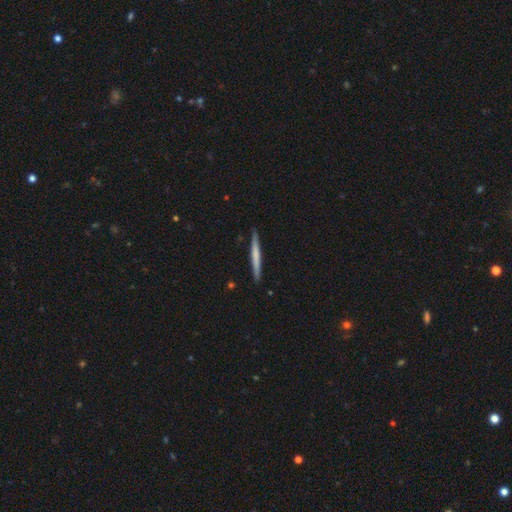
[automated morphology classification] Smooth or featured? Predicted: smooth (p=0.55). How rounded? Predicted: cigar-shaped (p=0.97). Merging? Predicted: none (p=0.91).